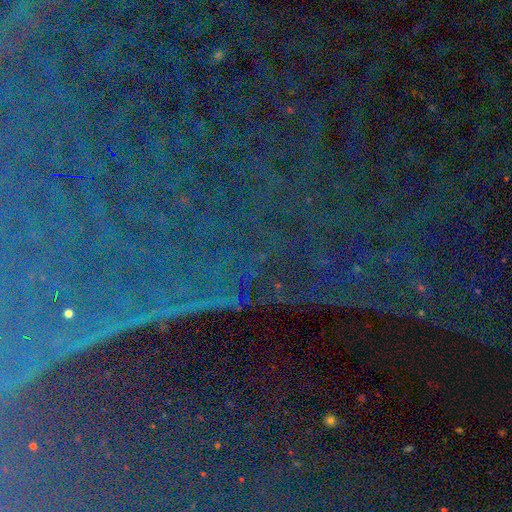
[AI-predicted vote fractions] This is clearly a star or artifact rather than a galaxy (87%).